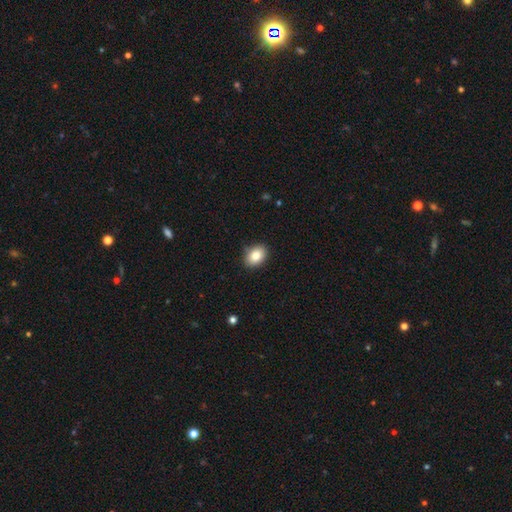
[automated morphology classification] This is clearly a smooth galaxy (84%). How rounded: likely in between (75%). Merging: clearly none (87%).